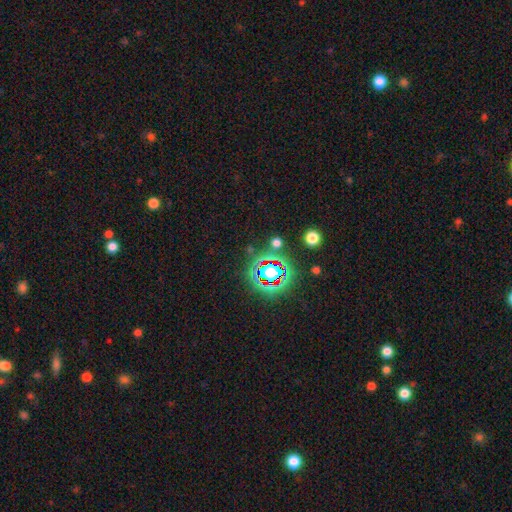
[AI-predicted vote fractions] star or artifact 80%, smooth 12%, featured or disk 7%.